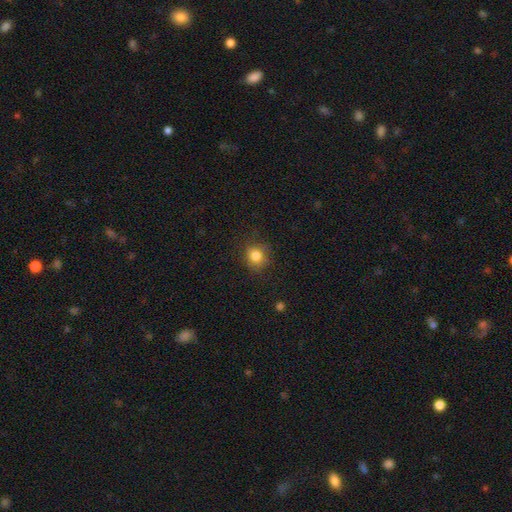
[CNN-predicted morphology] Smooth or featured?
  - smooth: 83% *
  - star or artifact: 11%
  - featured or disk: 5%
How rounded?
  - round: 82% *
  - in between: 17%
  - cigar-shaped: 1%
Merging?
  - none: 81% *
  - minor disturbance: 14%
  - major disturbance: 4%
  - merger: 1%